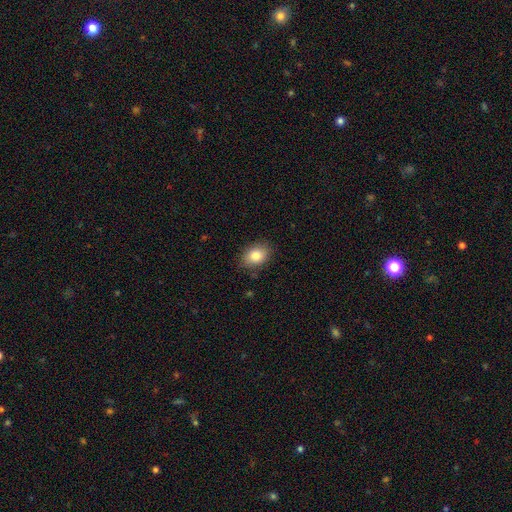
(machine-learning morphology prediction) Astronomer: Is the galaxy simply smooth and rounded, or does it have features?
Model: smooth — 83%.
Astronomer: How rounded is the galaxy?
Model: in between — 74%.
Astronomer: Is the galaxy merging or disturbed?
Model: none — 84%.